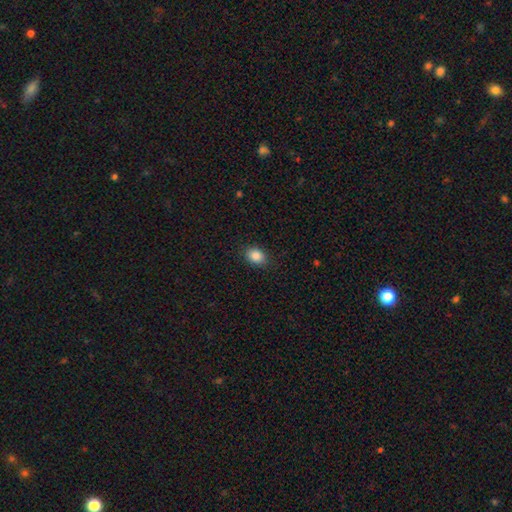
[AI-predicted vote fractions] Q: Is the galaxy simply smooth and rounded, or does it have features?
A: smooth — 87%.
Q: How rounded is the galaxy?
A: in between — 65%.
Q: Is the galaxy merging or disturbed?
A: none — 87%.